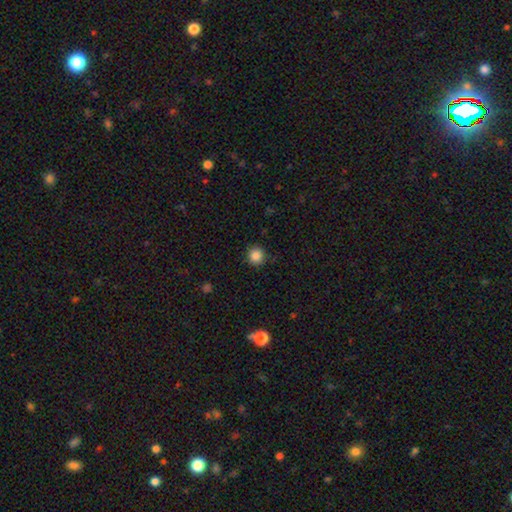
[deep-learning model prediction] Q: Smooth or featured?
A: smooth (86%); runner-up: star or artifact (10%)
Q: How rounded?
A: round (92%); runner-up: in between (7%)
Q: Merging?
A: none (89%); runner-up: minor disturbance (7%)